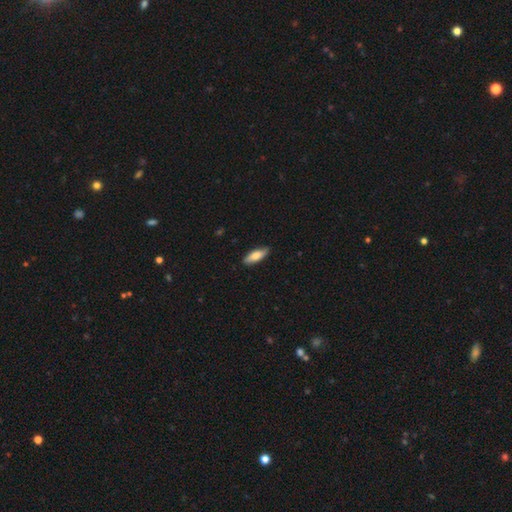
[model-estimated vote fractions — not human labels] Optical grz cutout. It shows a smooth galaxy with no disk features (71%) that is in between round and cigar-shaped (59%). Merging: none (83%).